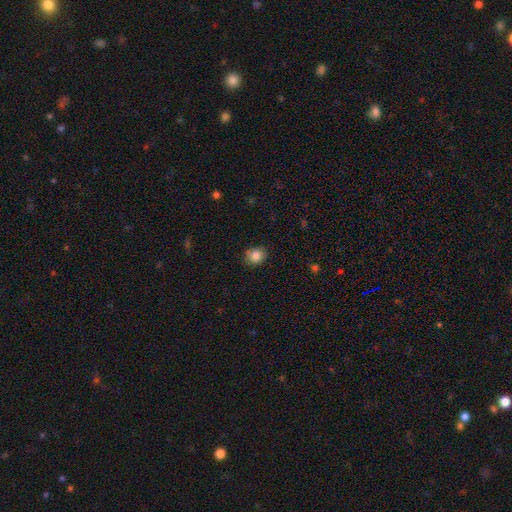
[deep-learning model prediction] Smooth or featured: smooth — 85% (star or artifact — 10%)
How rounded: round — 71% (in between — 28%)
Merging: none — 81% (minor disturbance — 15%)